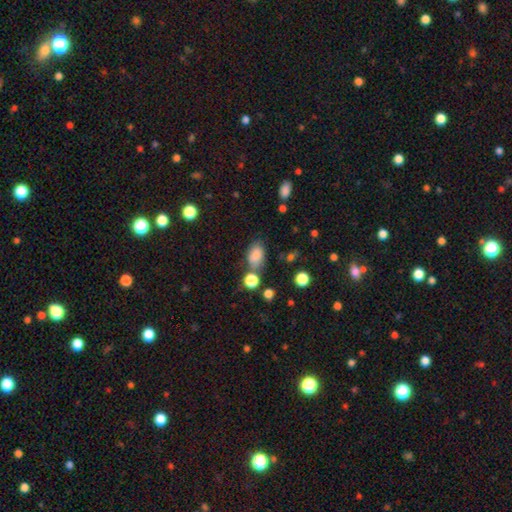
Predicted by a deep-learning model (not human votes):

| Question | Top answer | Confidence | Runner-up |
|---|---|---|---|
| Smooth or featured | smooth | 82% | star or artifact (11%) |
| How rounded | in between | 85% | round (13%) |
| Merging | none | 60% | minor disturbance (20%) |